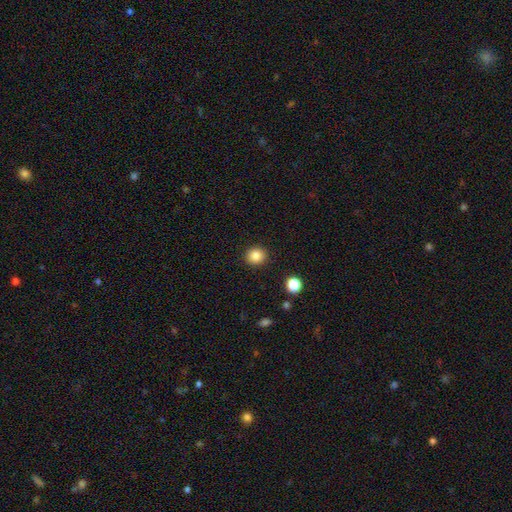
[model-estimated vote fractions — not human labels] smooth_or_featured: smooth (p=0.85) [alt: star or artifact p=0.10]
how_rounded: round (p=0.86) [alt: in between p=0.13]
merging: none (p=0.92) [alt: minor disturbance p=0.05]